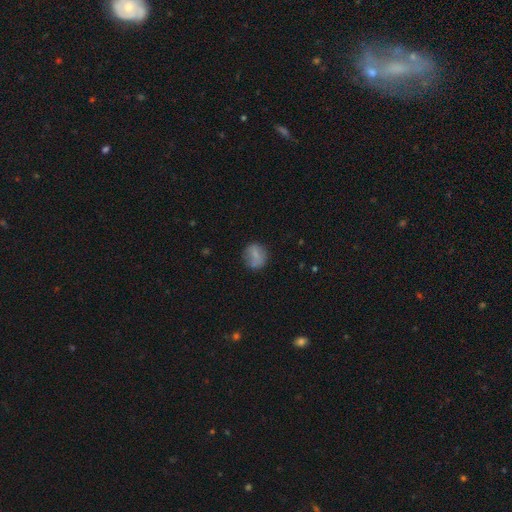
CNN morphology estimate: smooth_or_featured: smooth (p=0.73) [alt: featured or disk p=0.17]
how_rounded: round (p=0.75) [alt: in between p=0.24]
merging: none (p=0.72) [alt: minor disturbance p=0.18]